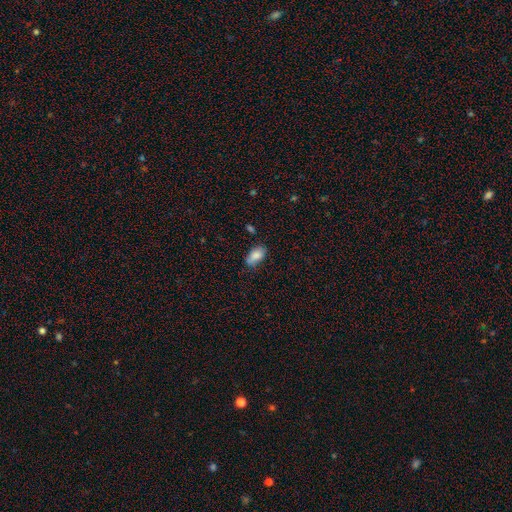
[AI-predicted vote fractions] This is clearly a smooth galaxy (83%). How rounded: clearly in between (91%). Merging: likely none (60%).